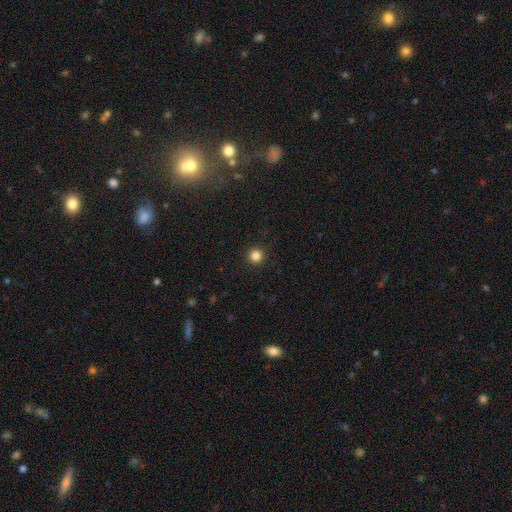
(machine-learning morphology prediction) Overall: smooth (84%). How rounded: round (96%). Merging: none (93%).